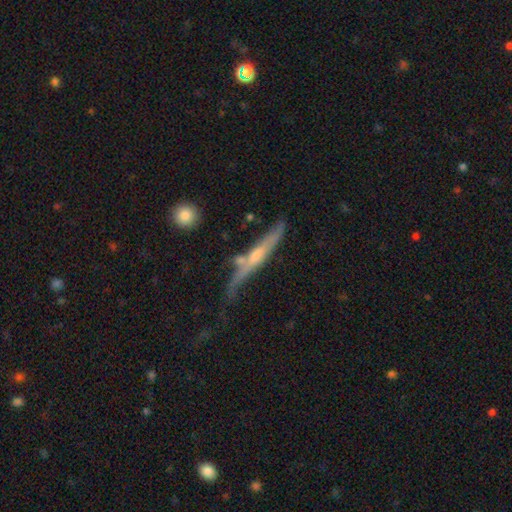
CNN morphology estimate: smooth_or_featured: featured or disk (p=0.66) [alt: smooth p=0.28]
disk_edge_on: yes (p=0.90) [alt: no p=0.10]
edge_on_bulge: rounded (p=0.61) [alt: none p=0.30]
merging: none (p=0.54) [alt: minor disturbance p=0.26]